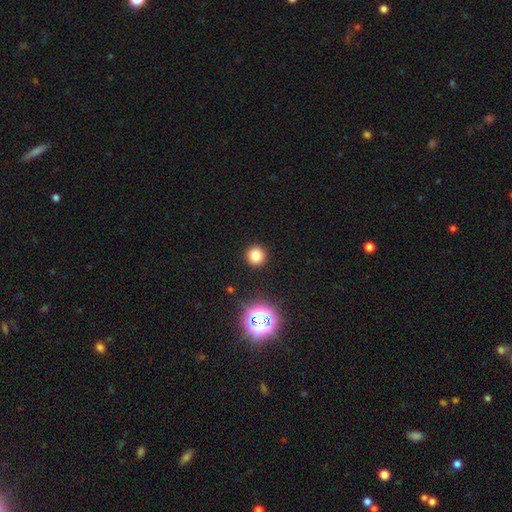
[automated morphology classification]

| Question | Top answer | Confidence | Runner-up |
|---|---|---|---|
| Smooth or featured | smooth | 77% | star or artifact (17%) |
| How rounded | round | 95% | in between (4%) |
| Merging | none | 92% | minor disturbance (5%) |